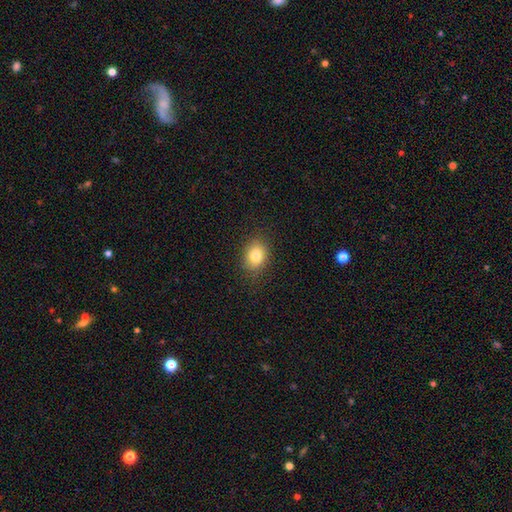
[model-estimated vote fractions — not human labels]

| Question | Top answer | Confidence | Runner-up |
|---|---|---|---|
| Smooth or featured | smooth | 80% | star or artifact (11%) |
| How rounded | in between | 57% | round (42%) |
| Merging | none | 86% | minor disturbance (10%) |